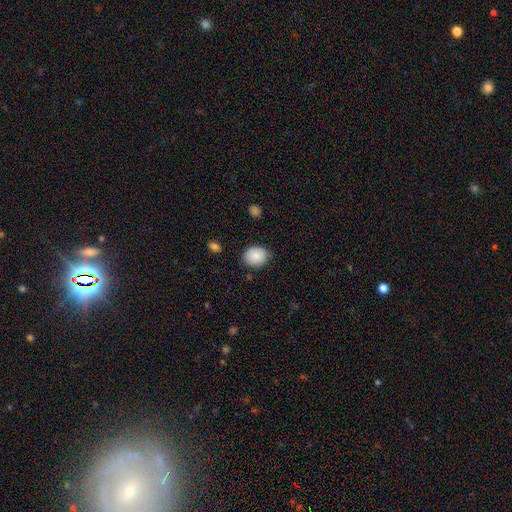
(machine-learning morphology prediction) type=smooth (87%); roundness=round (56%); merging=none (83%).